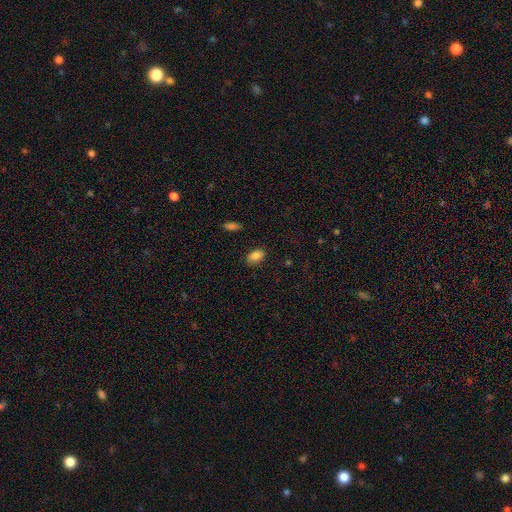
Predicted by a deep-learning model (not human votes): A smooth galaxy with no disk features (86%) that is in between round and cigar-shaped (89%). Merging: none (85%).